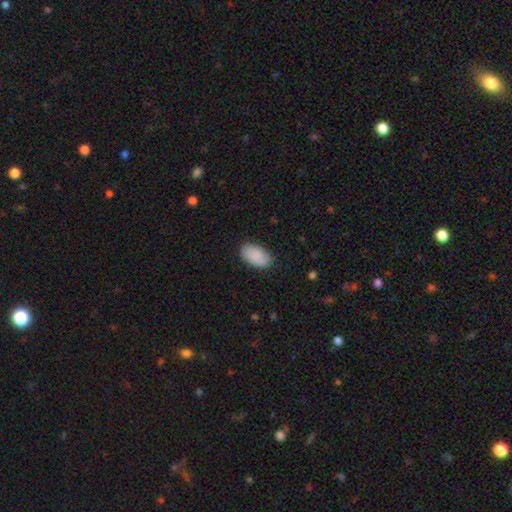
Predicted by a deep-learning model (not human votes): This is clearly a smooth galaxy (89%). How rounded: clearly in between (95%). Merging: clearly none (83%).